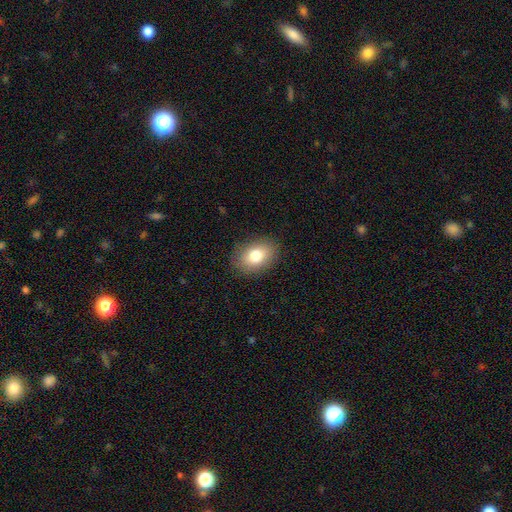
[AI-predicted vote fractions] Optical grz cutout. It shows a smooth galaxy with no disk features (79%) that is in between round and cigar-shaped (78%). Merging: none (87%).